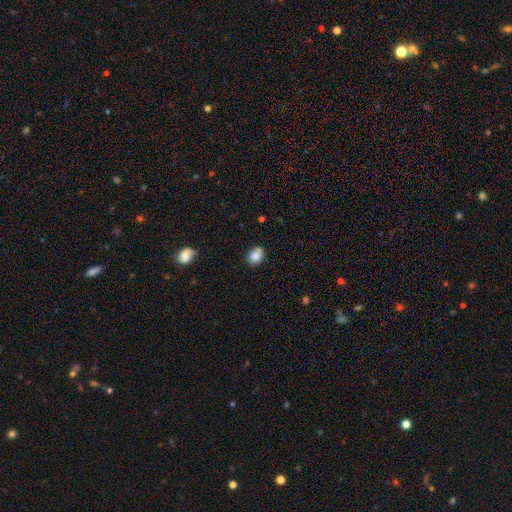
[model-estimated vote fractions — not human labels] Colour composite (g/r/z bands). It shows a smooth galaxy with no disk features (81%) that is round (60%). Merging: none (64%).